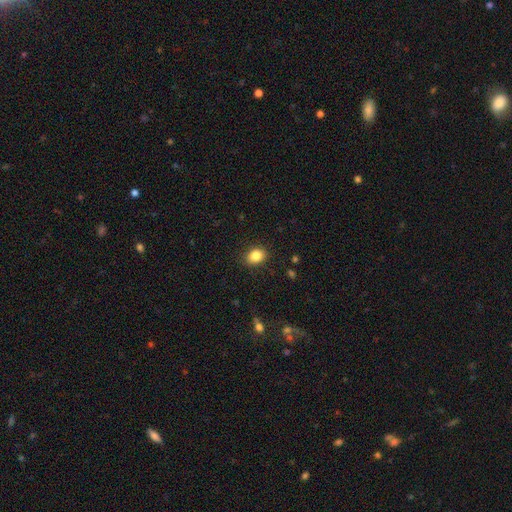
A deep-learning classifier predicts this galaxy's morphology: A smooth galaxy with no disk features (85%) that is in between round and cigar-shaped (63%). Merging: none (88%).